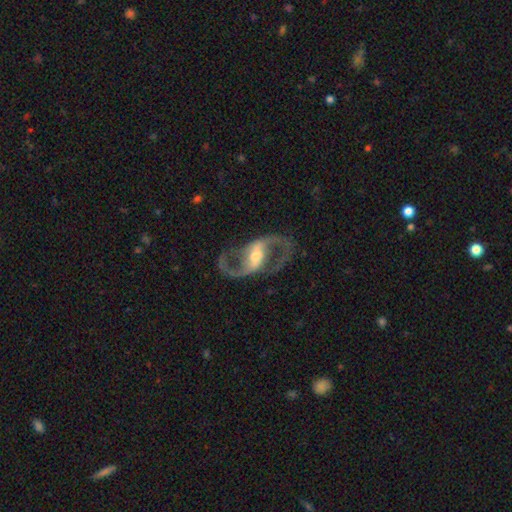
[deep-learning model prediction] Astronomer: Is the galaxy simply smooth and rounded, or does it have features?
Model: featured or disk — 92%.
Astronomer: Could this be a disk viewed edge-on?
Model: no — 97%.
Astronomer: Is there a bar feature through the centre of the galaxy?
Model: strong — 50% (runner-up: weak, 37%).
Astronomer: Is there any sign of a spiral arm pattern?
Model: yes — 96%.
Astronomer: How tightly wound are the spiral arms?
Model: medium — 54% (runner-up: loose, 36%).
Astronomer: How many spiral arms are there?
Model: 2 — 94%.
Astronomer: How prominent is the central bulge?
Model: moderate — 56% (runner-up: small, 32%).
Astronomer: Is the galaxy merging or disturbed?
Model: none — 82%.